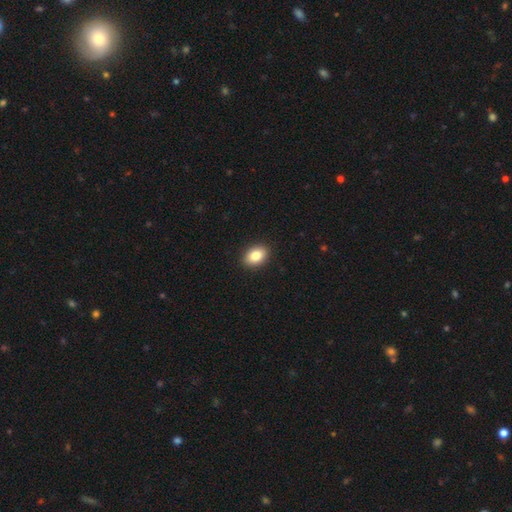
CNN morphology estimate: This is clearly a smooth galaxy (85%). How rounded: clearly in between (82%). Merging: clearly none (91%).